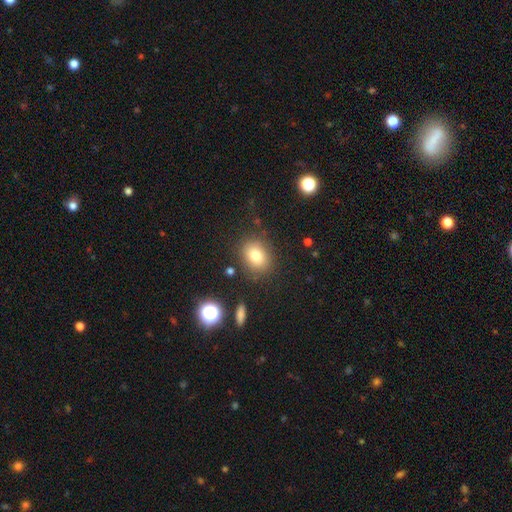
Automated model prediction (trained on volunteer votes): Smooth or featured? smooth (78%)
How rounded? round (51%)
Merging? none (83%)